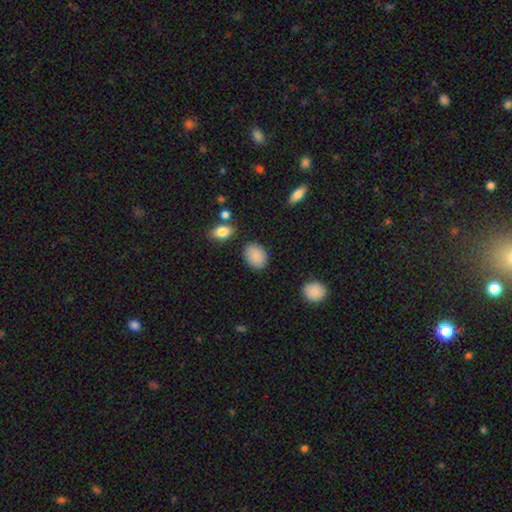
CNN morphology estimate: A smooth galaxy with no disk features (89%) that is in between round and cigar-shaped (80%).

Vote fractions:
- Smooth or featured? smooth: 89% / star or artifact: 7% / featured or disk: 4%
- How rounded? in between: 80% / round: 19% / cigar-shaped: 1%
- Merging? none: 84% / minor disturbance: 11% / major disturbance: 3% / merger: 2%